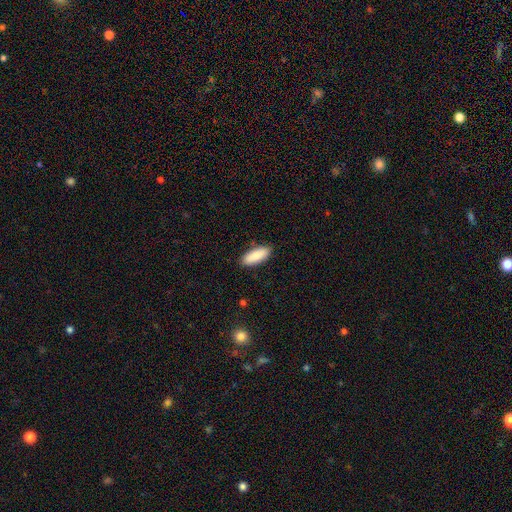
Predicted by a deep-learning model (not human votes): This is clearly a smooth galaxy (89%). How rounded: likely in between (77%). Merging: clearly none (88%).